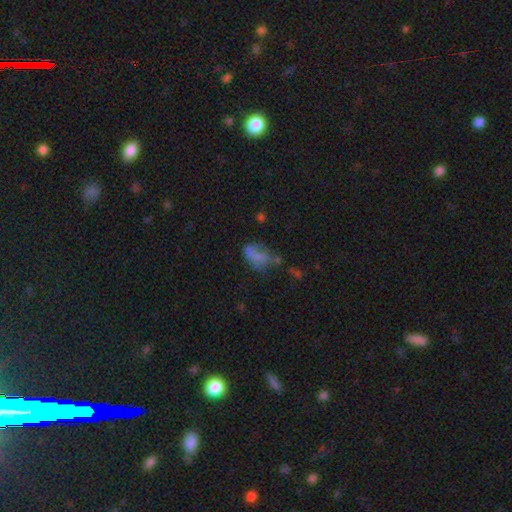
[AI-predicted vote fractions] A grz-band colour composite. It shows a smooth galaxy with no disk features (61%) that is in between round and cigar-shaped (85%). Merging: none (31%).